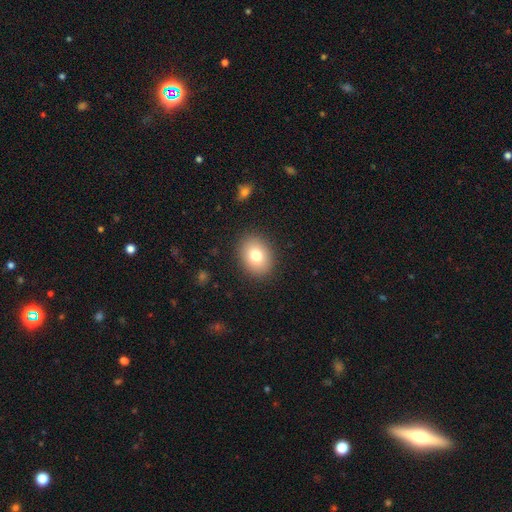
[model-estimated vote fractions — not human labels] Overall: smooth (78%). How rounded: in between (57%; round 42%). Merging: none (89%).